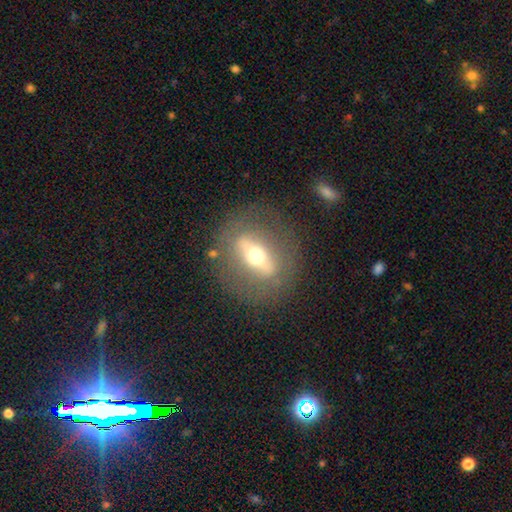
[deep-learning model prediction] This is likely a featured or disk galaxy (64%). It is likely not viewed edge-on (62%). Merging: likely none (79%).